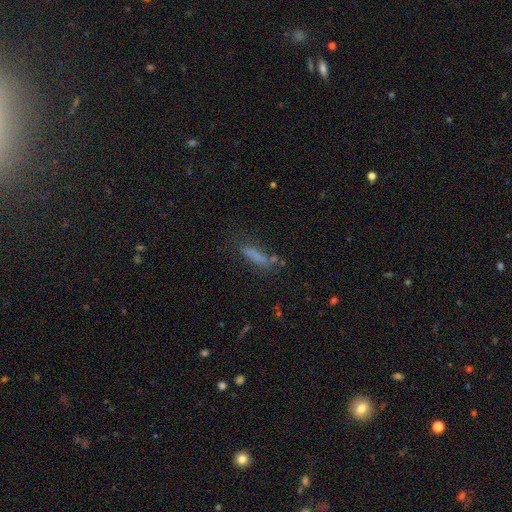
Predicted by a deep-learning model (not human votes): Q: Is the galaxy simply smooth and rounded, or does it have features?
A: smooth — 71%.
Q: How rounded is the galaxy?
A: cigar-shaped — 77%.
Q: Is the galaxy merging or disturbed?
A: none — 62%.